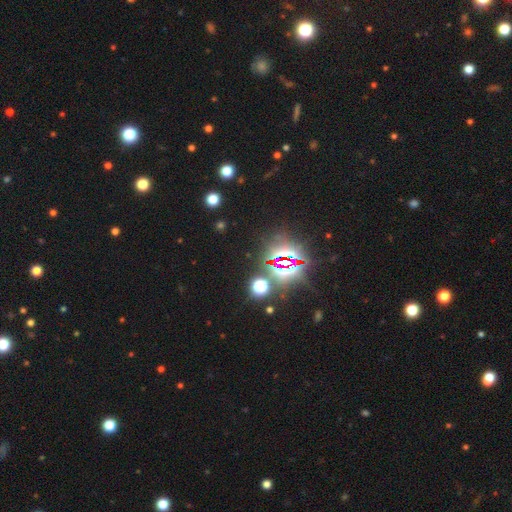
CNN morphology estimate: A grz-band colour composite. It shows a star or artifact, not a galaxy (82%).